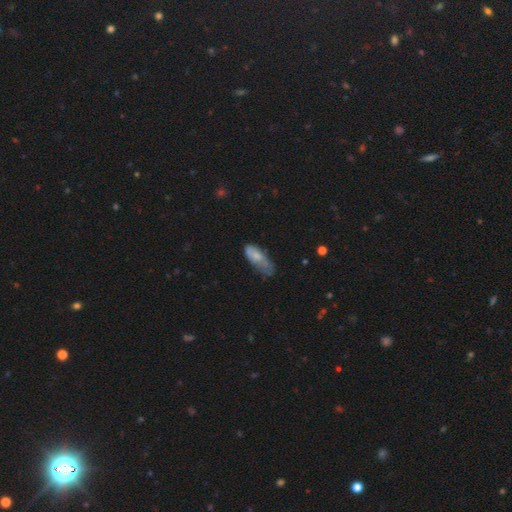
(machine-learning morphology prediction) Q: Smooth or featured?
A: smooth (65%); runner-up: featured or disk (28%)
Q: How rounded?
A: in between (77%); runner-up: cigar-shaped (20%)
Q: Merging?
A: minor disturbance (40%); runner-up: none (34%)